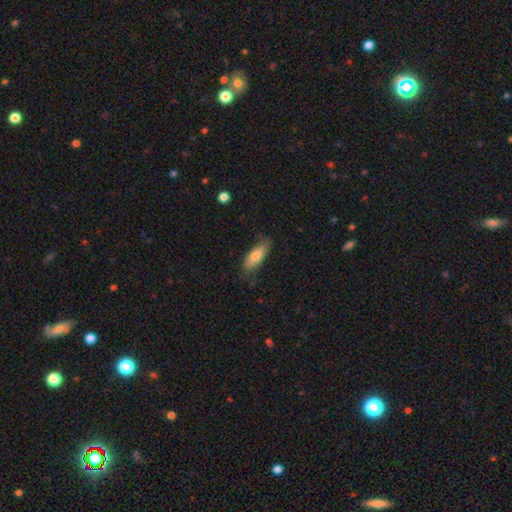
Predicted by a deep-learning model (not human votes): A smooth galaxy with no disk features (71%) that is in between round and cigar-shaped (72%). Merging: none (64%).